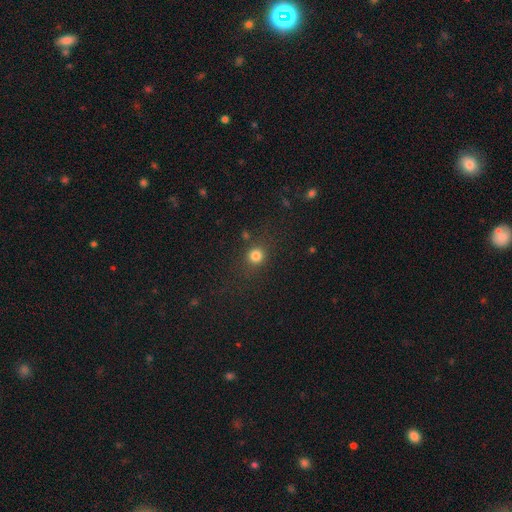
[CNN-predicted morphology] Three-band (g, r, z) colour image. It shows a smooth galaxy with no disk features (80%) that is round (87%). Merging: none (81%).